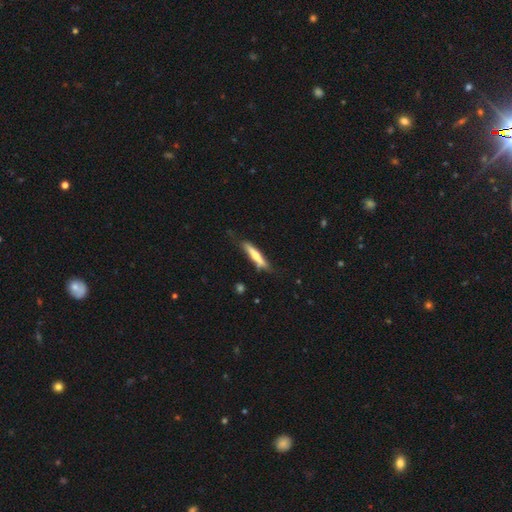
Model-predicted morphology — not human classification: Smooth or featured: smooth — 49% (featured or disk — 46%)
Merging: none — 70% (minor disturbance — 22%)